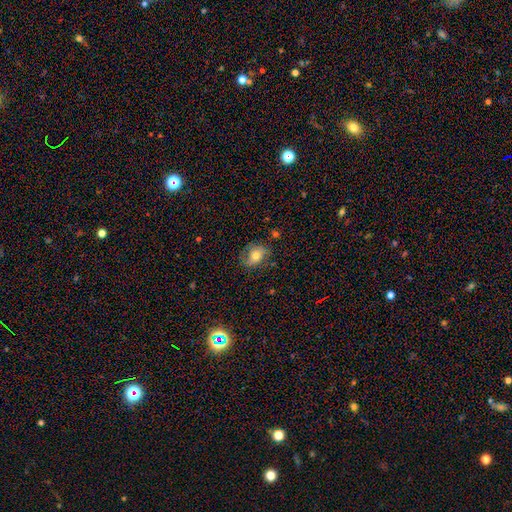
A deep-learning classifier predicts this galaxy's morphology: smooth 58%, featured or disk 32%, star or artifact 10%. Down the decision tree: how rounded — in between (54%); merging — none (69%).